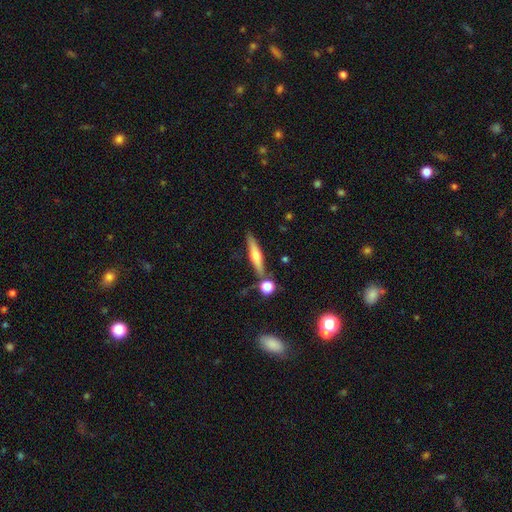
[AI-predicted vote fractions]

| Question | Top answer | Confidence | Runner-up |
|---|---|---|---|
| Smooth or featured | featured or disk | 51% | smooth (42%) |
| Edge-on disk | yes | 92% | no (8%) |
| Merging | none | 75% | minor disturbance (12%) |